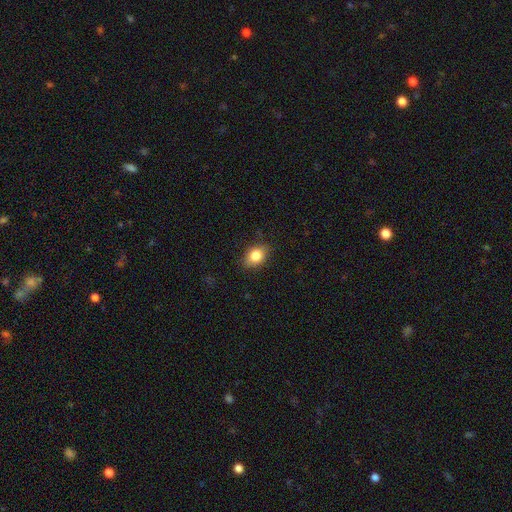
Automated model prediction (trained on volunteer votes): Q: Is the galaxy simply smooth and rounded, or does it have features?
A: smooth — 82%.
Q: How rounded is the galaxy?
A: in between — 77%.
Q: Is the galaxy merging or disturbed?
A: none — 83%.